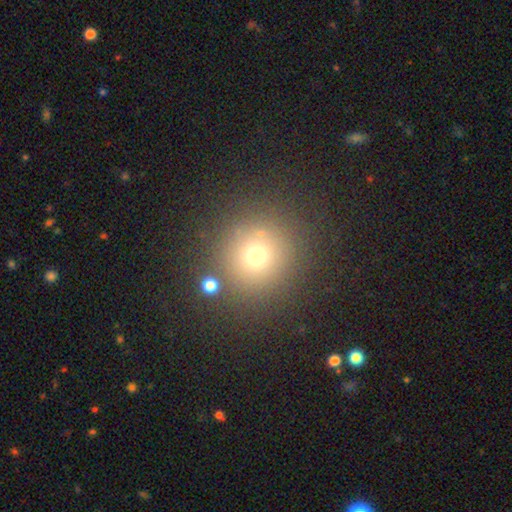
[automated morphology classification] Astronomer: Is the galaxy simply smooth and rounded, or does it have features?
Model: smooth — 68%.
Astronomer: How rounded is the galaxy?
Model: round — 93%.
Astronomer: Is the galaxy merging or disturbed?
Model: none — 84%.